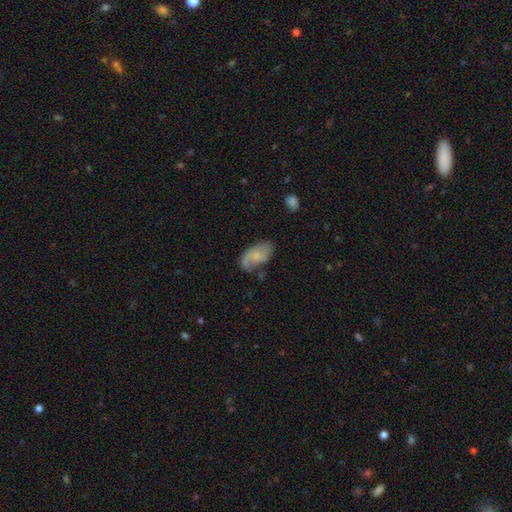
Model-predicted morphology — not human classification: type=smooth (49%); merging=none (55%).